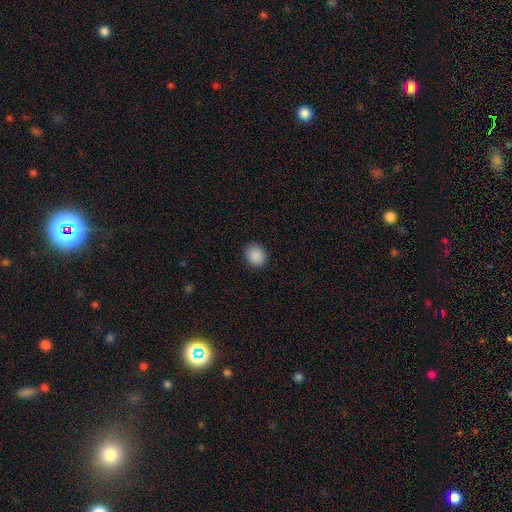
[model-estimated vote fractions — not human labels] Smooth or featured? smooth (89%)
How rounded? round (68%)
Merging? none (90%)